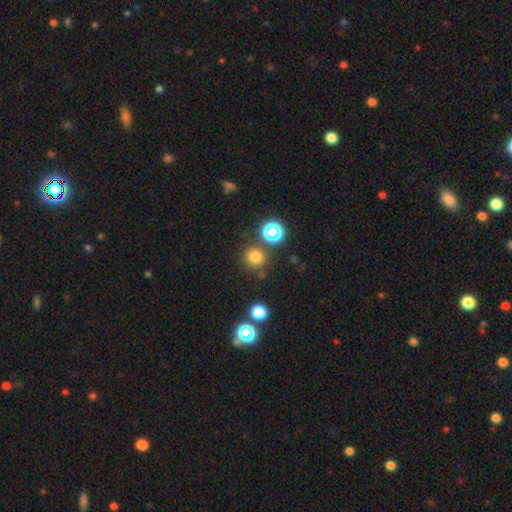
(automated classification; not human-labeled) Smooth or featured? Predicted: smooth (p=0.75). How rounded? Predicted: round (p=0.92). Merging? Predicted: none (p=0.79).